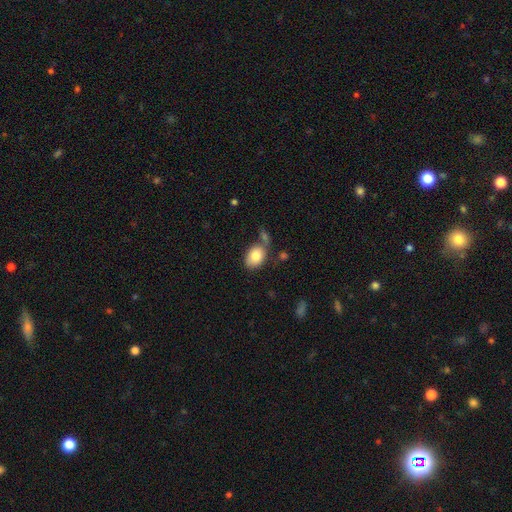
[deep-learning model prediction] smooth-or-featured: smooth: 82% | featured or disk: 10% | star or artifact: 7%
  how-rounded: in between: 80% | round: 19% | cigar-shaped: 1%
  merging: none: 55% | minor disturbance: 19% | merger: 19% | major disturbance: 7%